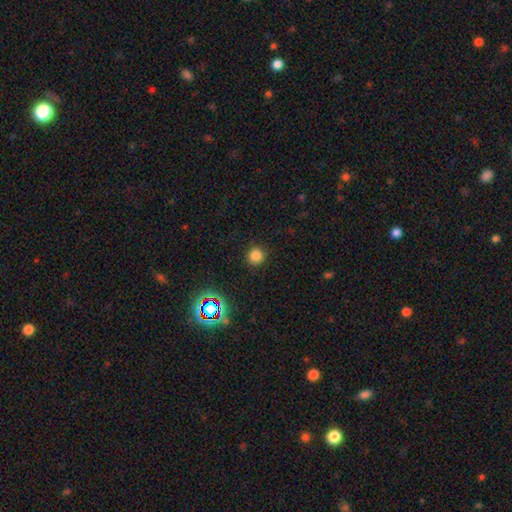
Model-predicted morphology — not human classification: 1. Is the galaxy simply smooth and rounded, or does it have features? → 79% smooth, 16% star or artifact, 5% featured or disk.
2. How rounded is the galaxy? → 93% round, 6% in between, 1% cigar-shaped.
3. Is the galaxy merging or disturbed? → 90% none, 7% minor disturbance, 2% major disturbance, 1% merger.